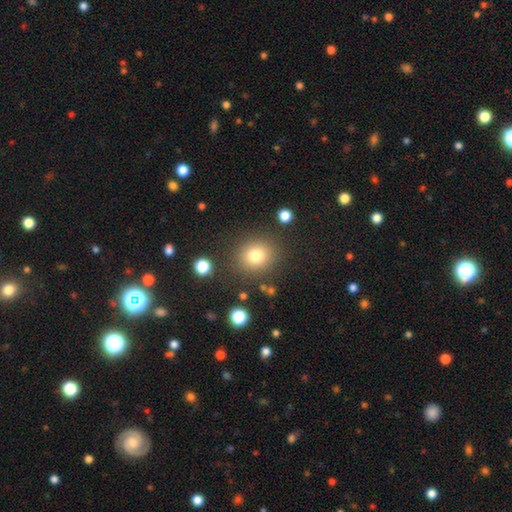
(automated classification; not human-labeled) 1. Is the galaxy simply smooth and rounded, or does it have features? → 79% smooth, 13% star or artifact, 8% featured or disk.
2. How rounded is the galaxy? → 81% round, 18% in between, 1% cigar-shaped.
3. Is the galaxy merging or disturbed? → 85% none, 8% minor disturbance, 4% major disturbance, 3% merger.